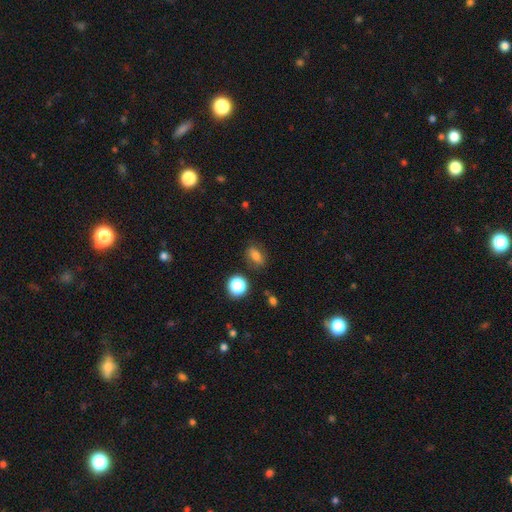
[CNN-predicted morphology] Smooth or featured: smooth — 69% (star or artifact — 15%)
How rounded: in between — 73% (round — 23%)
Merging: none — 79% (minor disturbance — 14%)